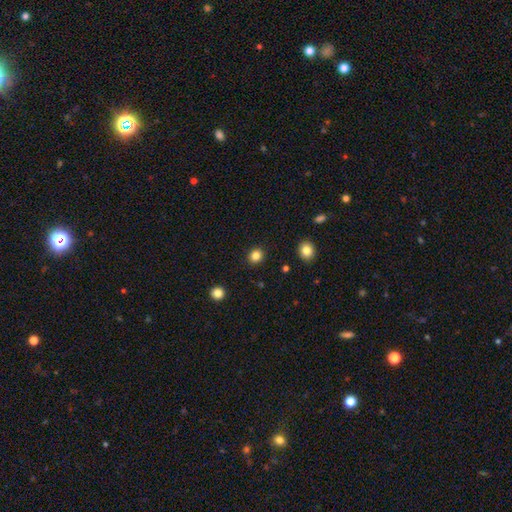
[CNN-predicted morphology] A smooth galaxy with no disk features (84%) that is round (81%). Merging: none (91%).